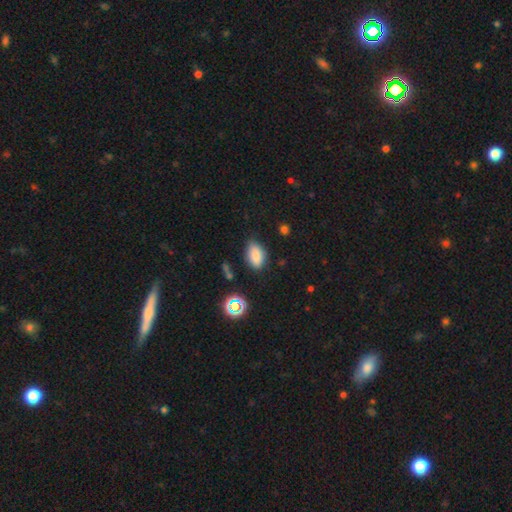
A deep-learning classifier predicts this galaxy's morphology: The model was most divided on "merging": none: 73%, minor disturbance: 20%, major disturbance: 4%, merger: 3%. More confident: how rounded — in between (89%); smooth or featured — smooth (81%).